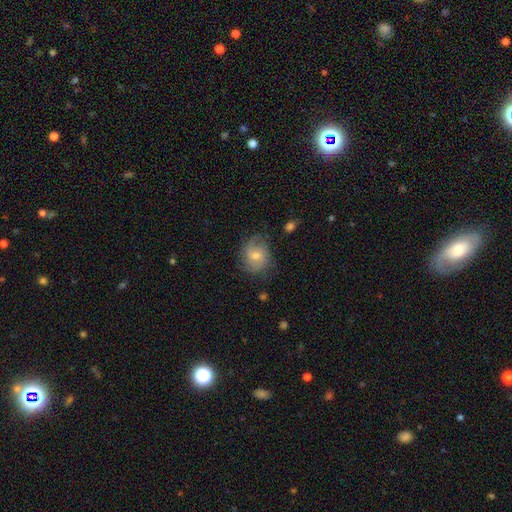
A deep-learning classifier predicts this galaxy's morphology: Smooth or featured? Predicted: featured or disk (p=0.47). Merging? Predicted: none (p=0.70).